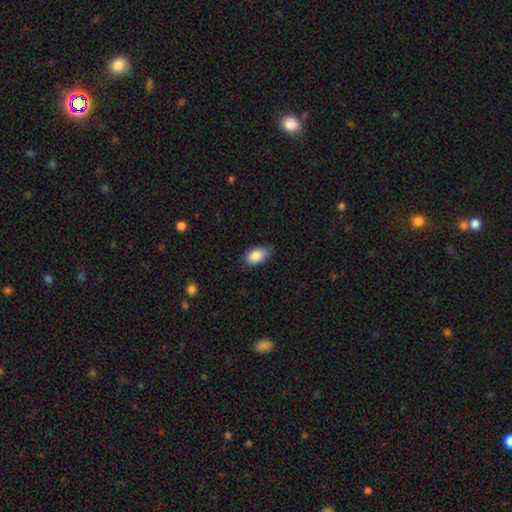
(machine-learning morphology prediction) Smooth or featured?
  - smooth: 87% *
  - star or artifact: 7%
  - featured or disk: 6%
How rounded?
  - in between: 92% *
  - round: 6%
  - cigar-shaped: 2%
Merging?
  - none: 74% *
  - minor disturbance: 21%
  - major disturbance: 3%
  - merger: 1%